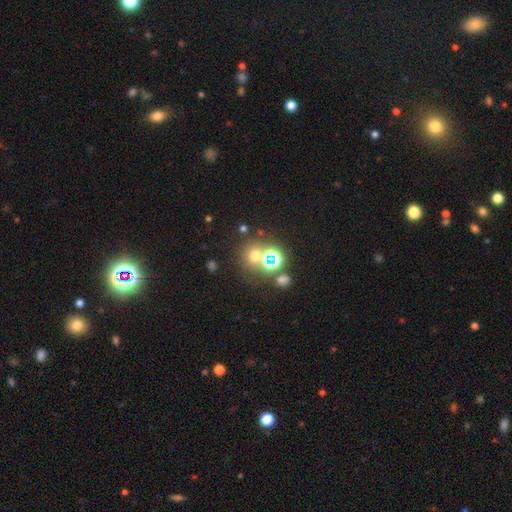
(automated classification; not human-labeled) smooth-or-featured: smooth: 56% | star or artifact: 34% | featured or disk: 10%
  how-rounded: round: 84% | in between: 15% | cigar-shaped: 1%
  merging: none: 64% | merger: 22% | minor disturbance: 9% | major disturbance: 5%